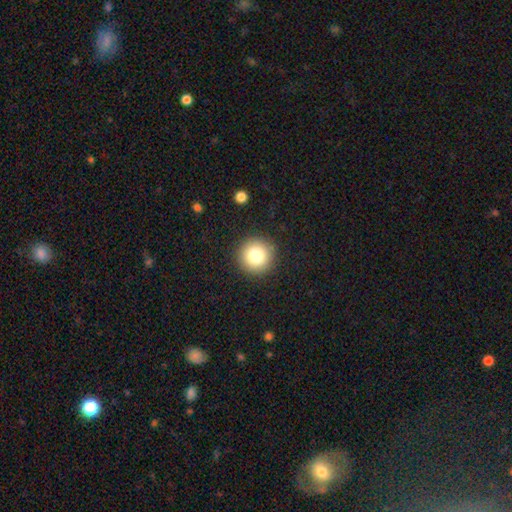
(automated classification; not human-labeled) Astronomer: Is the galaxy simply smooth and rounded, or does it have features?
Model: smooth — 80%.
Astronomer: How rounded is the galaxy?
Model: round — 96%.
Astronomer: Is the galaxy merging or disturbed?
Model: none — 91%.